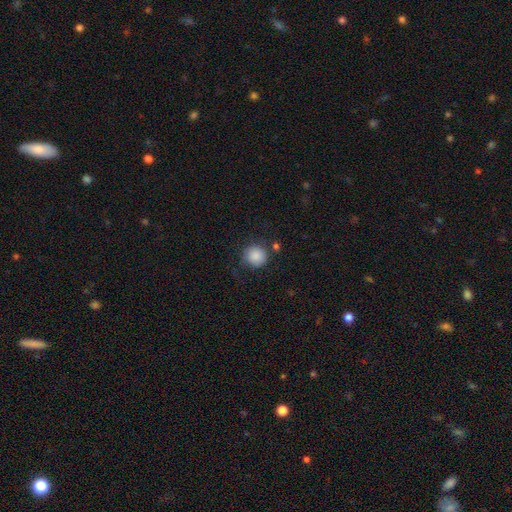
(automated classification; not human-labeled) Smooth or featured? Predicted: smooth (p=0.87). How rounded? Predicted: round (p=0.93). Merging? Predicted: none (p=0.74).